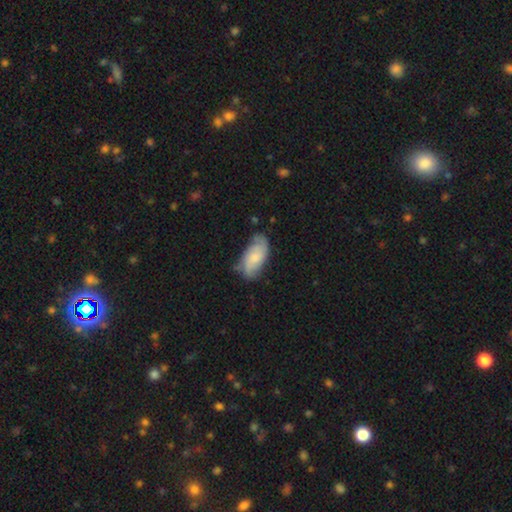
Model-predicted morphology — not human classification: A smooth galaxy with no disk features (61%) that is in between round and cigar-shaped (92%). Merging: none (58%).